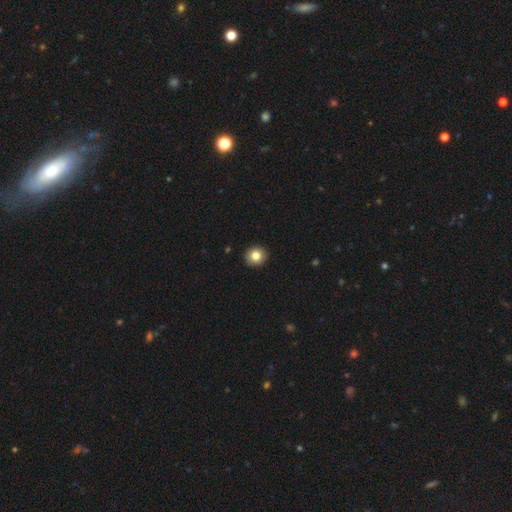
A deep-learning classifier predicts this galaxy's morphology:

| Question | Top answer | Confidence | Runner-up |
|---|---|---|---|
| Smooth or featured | smooth | 82% | star or artifact (10%) |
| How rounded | round | 88% | in between (11%) |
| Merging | none | 93% | minor disturbance (5%) |